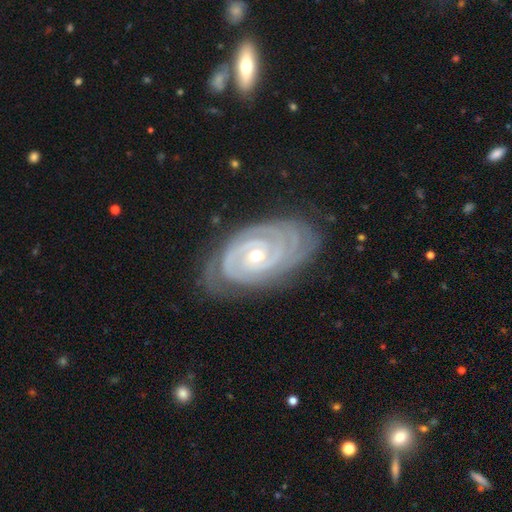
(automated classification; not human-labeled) A featured or disk galaxy (91%) with no bar (64%), 2 (36%) tight (84%) spiral arms (98%) and a small central bulge (53%). Merging: none (77%).